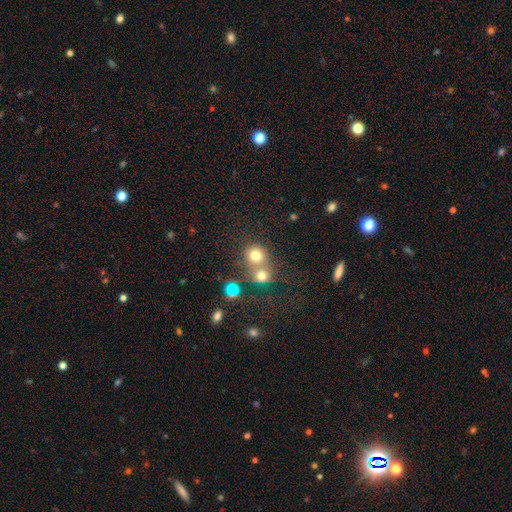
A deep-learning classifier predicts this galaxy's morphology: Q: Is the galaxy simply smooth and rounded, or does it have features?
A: smooth — 75%.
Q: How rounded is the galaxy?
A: round — 83%.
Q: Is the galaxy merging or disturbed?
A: merger — 47%.